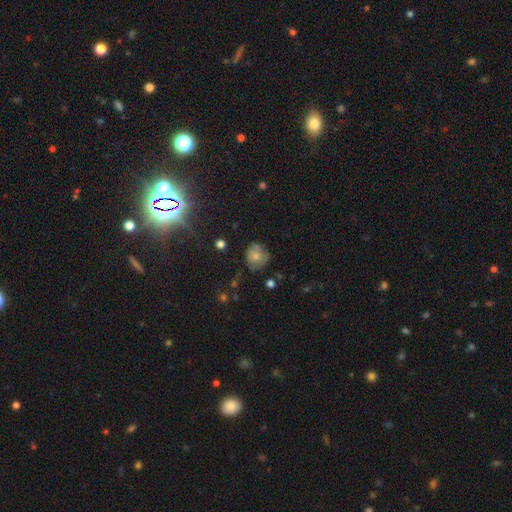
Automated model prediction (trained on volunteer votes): This appears to be a smooth galaxy with no disk features (67%) that is round (79%). Merging: none (61%).